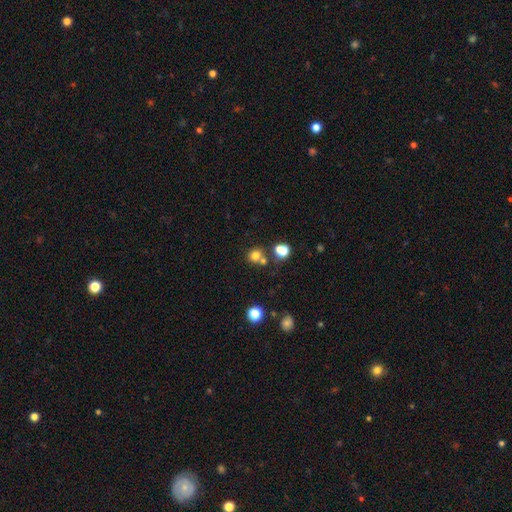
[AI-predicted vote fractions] Smooth or featured: smooth — 74% (star or artifact — 17%)
How rounded: round — 84% (in between — 15%)
Merging: none — 59% (merger — 28%)